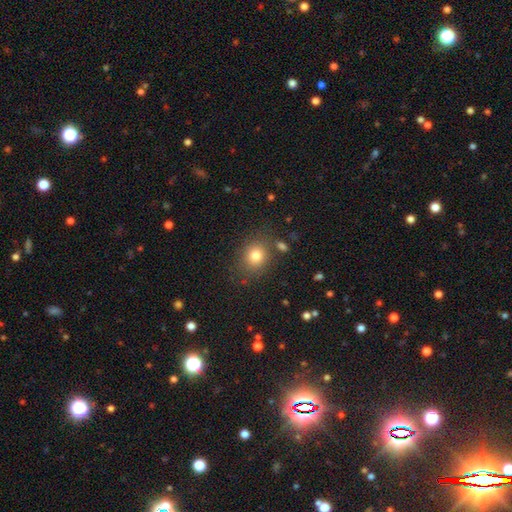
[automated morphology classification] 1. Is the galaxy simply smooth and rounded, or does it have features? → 79% smooth, 12% star or artifact, 9% featured or disk.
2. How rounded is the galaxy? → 69% round, 30% in between, 1% cigar-shaped.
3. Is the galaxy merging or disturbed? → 78% none, 12% minor disturbance, 5% merger, 5% major disturbance.